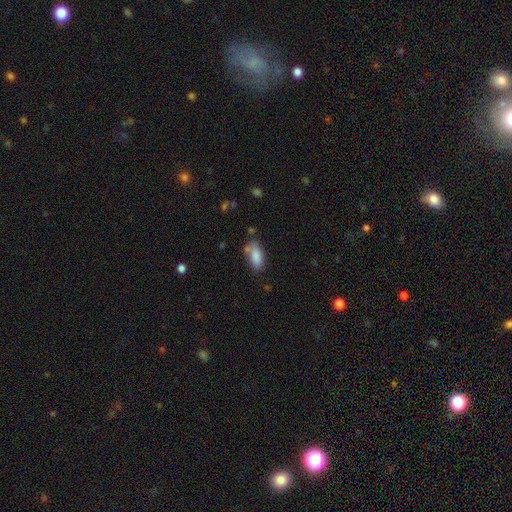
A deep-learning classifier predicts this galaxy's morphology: smooth_or_featured: smooth (p=0.86) [alt: star or artifact p=0.08]
how_rounded: in between (p=0.90) [alt: cigar-shaped p=0.08]
merging: none (p=0.63) [alt: minor disturbance p=0.24]